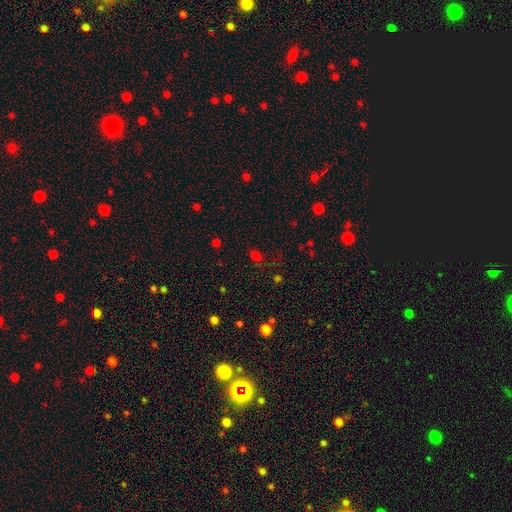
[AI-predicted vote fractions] Q: Smooth or featured?
A: smooth (57%); runner-up: star or artifact (36%)
Q: How rounded?
A: in between (62%); runner-up: round (35%)
Q: Merging?
A: none (56%); runner-up: major disturbance (19%)